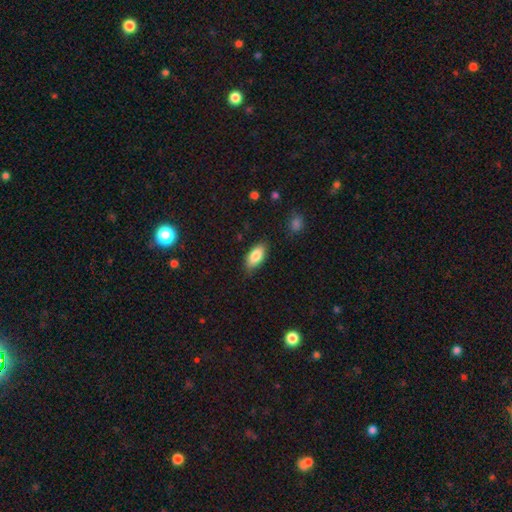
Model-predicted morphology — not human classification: Smooth or featured? smooth (85%)
How rounded? in between (90%)
Merging? none (82%)